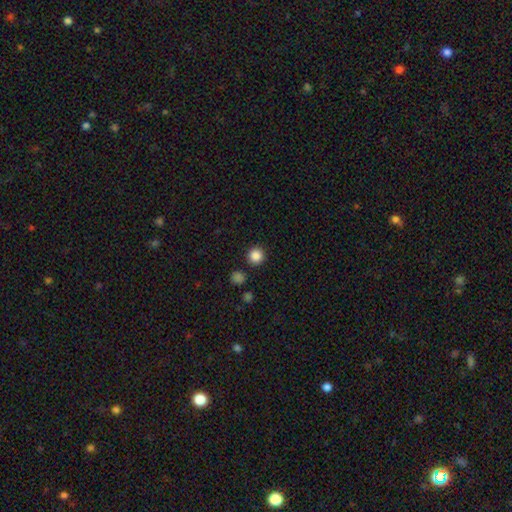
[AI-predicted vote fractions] A smooth galaxy with no disk features (86%) that is round (95%).

Vote fractions:
- Smooth or featured? smooth: 86% / star or artifact: 11% / featured or disk: 3%
- How rounded? round: 95% / in between: 4% / cigar-shaped: 1%
- Merging? none: 91% / minor disturbance: 5% / merger: 2% / major disturbance: 2%